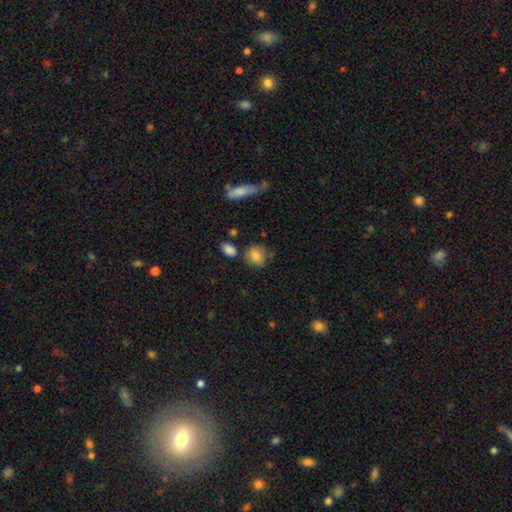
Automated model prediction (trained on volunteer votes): Smooth or featured: smooth — 81% (featured or disk — 10%)
How rounded: round — 76% (in between — 22%)
Merging: none — 71% (minor disturbance — 16%)